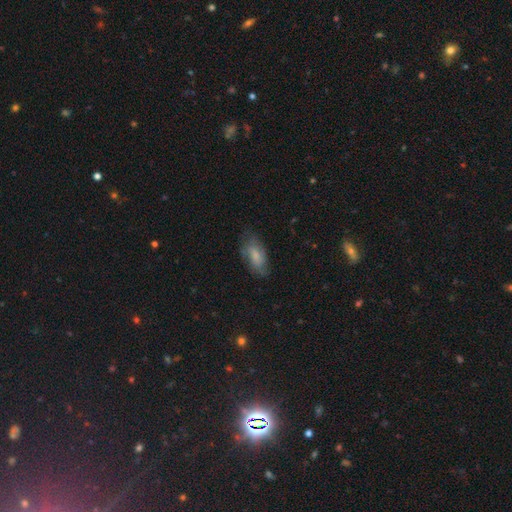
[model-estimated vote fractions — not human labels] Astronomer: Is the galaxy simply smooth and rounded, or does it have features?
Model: smooth — 62%.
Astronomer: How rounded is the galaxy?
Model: in between — 88%.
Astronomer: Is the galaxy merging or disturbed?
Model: none — 63%.